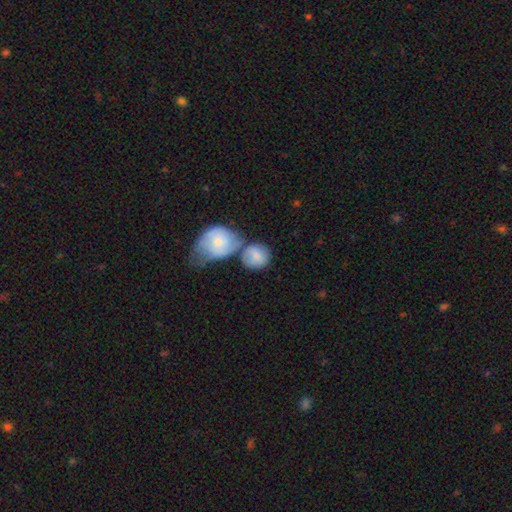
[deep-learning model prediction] Q: Smooth or featured?
A: smooth (77%); runner-up: featured or disk (17%)
Q: How rounded?
A: round (72%); runner-up: in between (26%)
Q: Merging?
A: none (39%); runner-up: merger (38%)